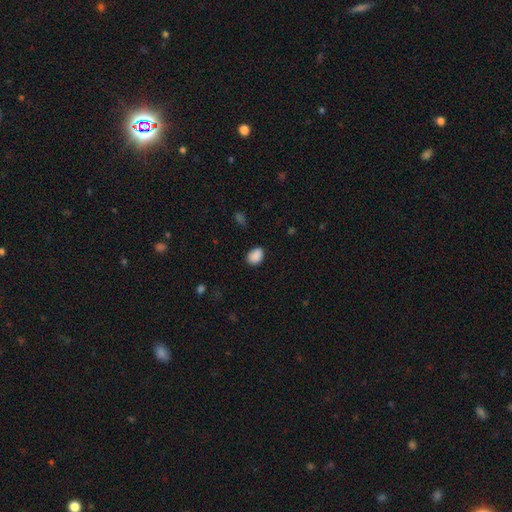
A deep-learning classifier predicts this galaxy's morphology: A smooth galaxy with no disk features (89%) that is in between round and cigar-shaped (73%). Merging: none (82%).